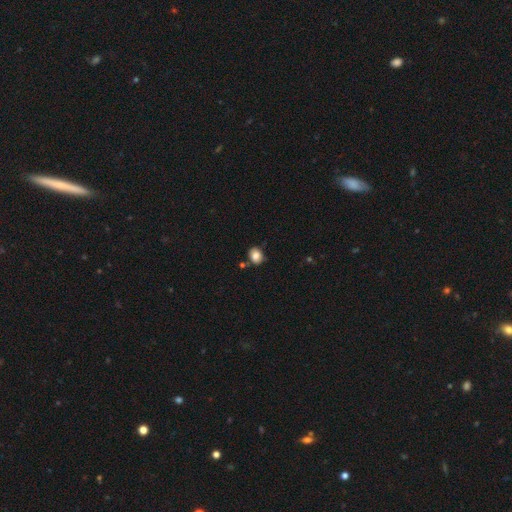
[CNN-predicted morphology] Q: Smooth or featured?
A: smooth (81%); runner-up: featured or disk (10%)
Q: How rounded?
A: round (59%); runner-up: in between (40%)
Q: Merging?
A: none (77%); runner-up: minor disturbance (14%)